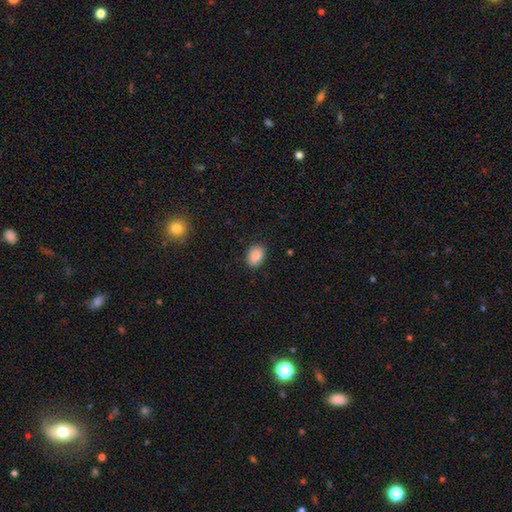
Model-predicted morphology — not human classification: A smooth galaxy with no disk features (88%) that is in between round and cigar-shaped (70%).

Vote fractions:
- Smooth or featured? smooth: 88% / star or artifact: 8% / featured or disk: 4%
- How rounded? in between: 70% / round: 29% / cigar-shaped: 1%
- Merging? none: 86% / minor disturbance: 11% / major disturbance: 2% / merger: 1%